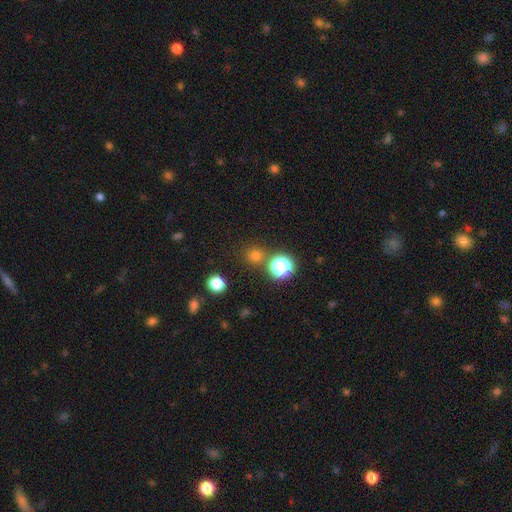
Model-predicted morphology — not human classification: Smooth or featured? smooth (69%)
How rounded? round (92%)
Merging? none (81%)